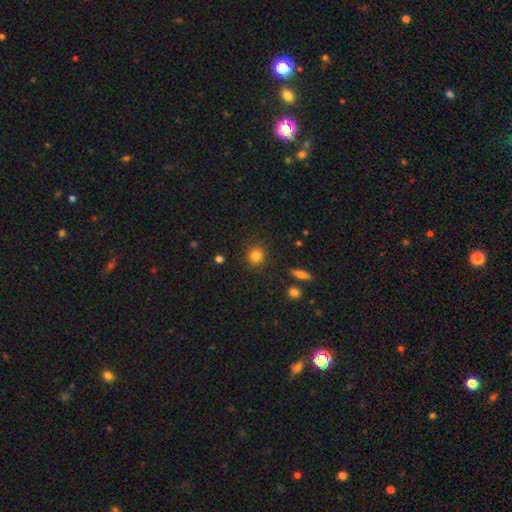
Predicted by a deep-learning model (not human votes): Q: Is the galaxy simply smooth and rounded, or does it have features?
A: smooth — 83%.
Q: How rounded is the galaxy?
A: round — 88%.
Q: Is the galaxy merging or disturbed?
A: none — 89%.